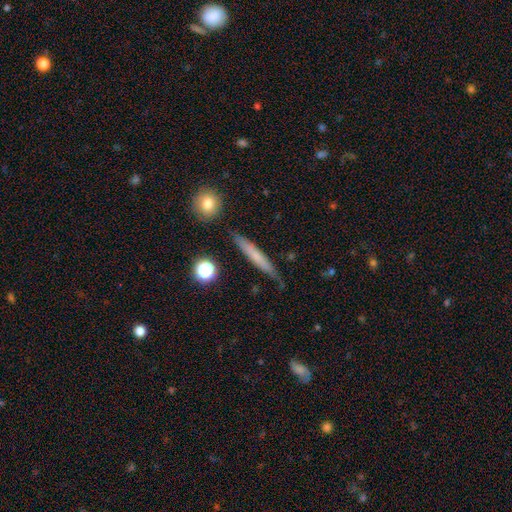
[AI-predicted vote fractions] A smooth galaxy with no disk features (55%) that is cigar-shaped (93%). Merging: none (82%).